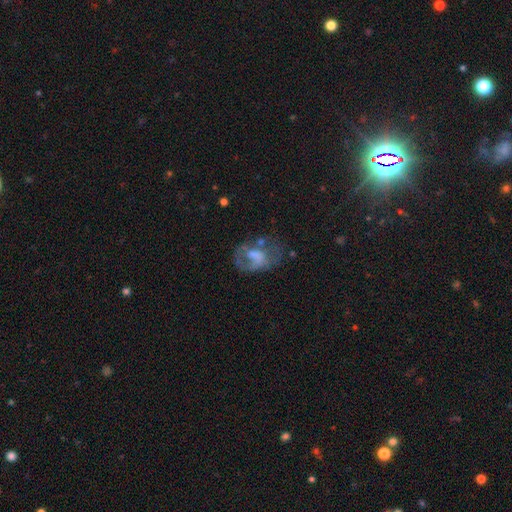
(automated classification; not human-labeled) Overall: featured or disk (51%; smooth 36%). Edge-on disk: no (96%). Merging: none (35%, tied with major disturbance).